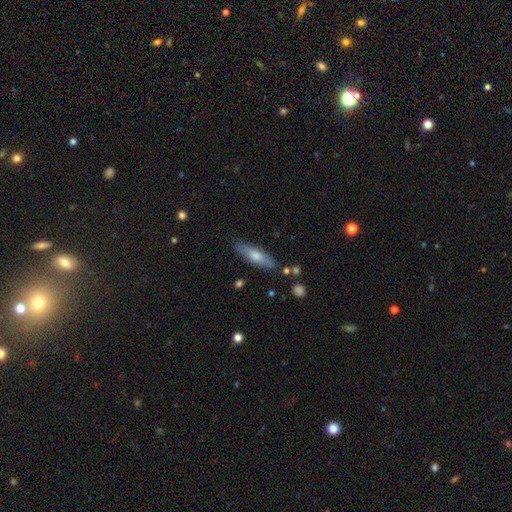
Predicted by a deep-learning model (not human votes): smooth-or-featured: smooth: 62% | featured or disk: 32% | star or artifact: 6%
  how-rounded: cigar-shaped: 59% | in between: 39% | round: 2%
  merging: none: 82% | minor disturbance: 13% | merger: 3% | major disturbance: 3%